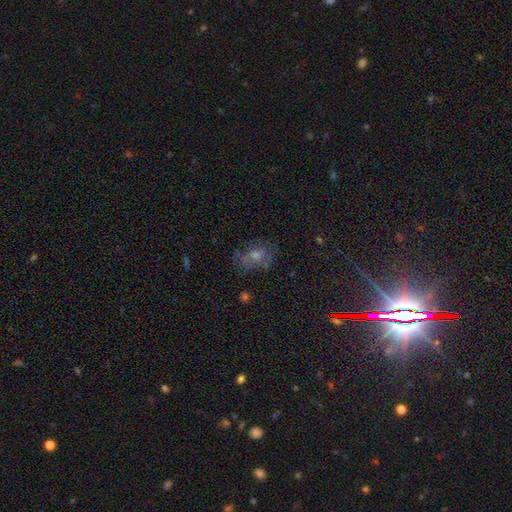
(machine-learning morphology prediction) smooth_or_featured: smooth (p=0.49) [alt: featured or disk p=0.34]
merging: none (p=0.52) [alt: minor disturbance p=0.23]